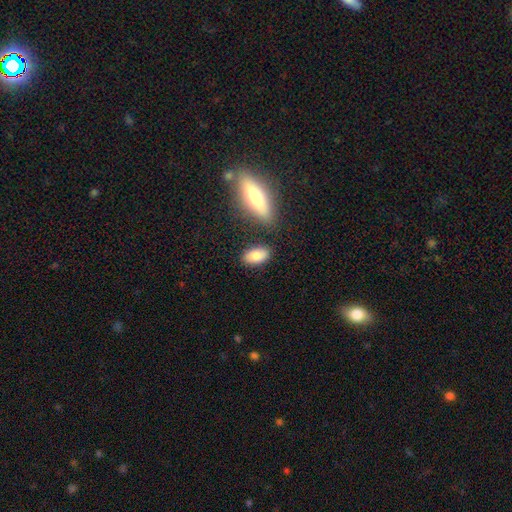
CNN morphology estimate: Overall: smooth (84%). How rounded: in between (90%). Merging: none (79%).